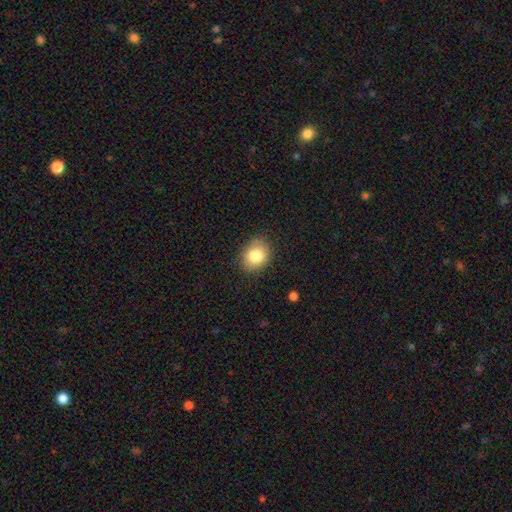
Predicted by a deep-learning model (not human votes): Q: Smooth or featured?
A: smooth (83%); runner-up: star or artifact (9%)
Q: How rounded?
A: round (58%); runner-up: in between (41%)
Q: Merging?
A: none (85%); runner-up: minor disturbance (11%)